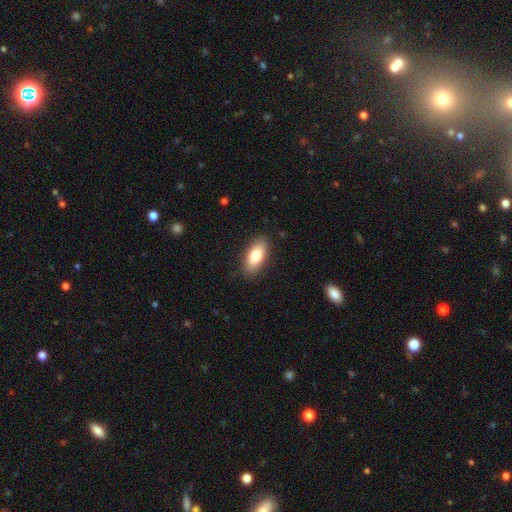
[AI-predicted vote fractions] The model was most divided on "smooth or featured": smooth: 79%, featured or disk: 15%, star or artifact: 7%. More confident: merging — none (88%); how rounded — in between (86%).